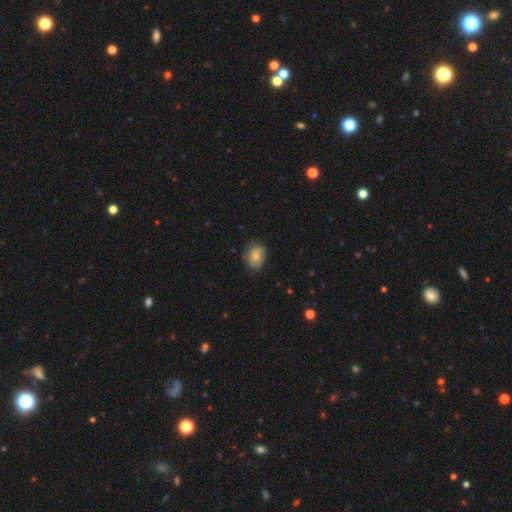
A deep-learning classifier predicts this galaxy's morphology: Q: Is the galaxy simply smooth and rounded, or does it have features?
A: smooth — 78%.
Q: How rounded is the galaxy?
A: in between — 65%.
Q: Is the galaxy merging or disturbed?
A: none — 72%.